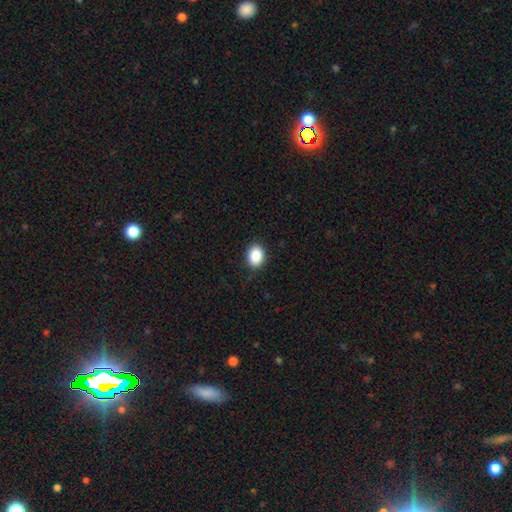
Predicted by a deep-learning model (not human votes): A smooth galaxy with no disk features (89%) that is in between round and cigar-shaped (62%).

Vote fractions:
- Smooth or featured? smooth: 89% / star or artifact: 8% / featured or disk: 3%
- How rounded? in between: 62% / round: 37% / cigar-shaped: 1%
- Merging? none: 89% / minor disturbance: 8% / major disturbance: 2% / merger: 1%